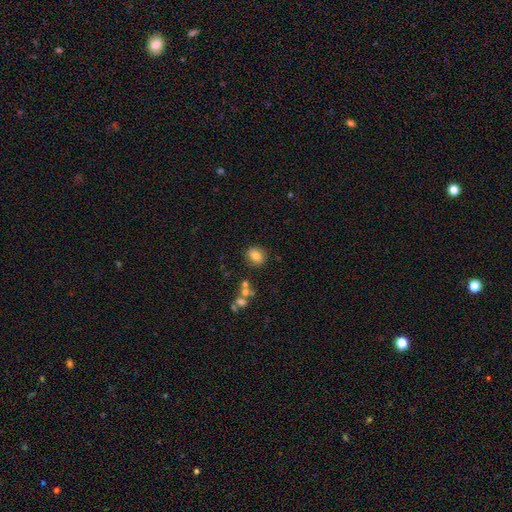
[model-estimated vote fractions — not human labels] smooth 79%, featured or disk 11%, star or artifact 10%. Down the decision tree: how rounded — round (63%); merging — none (84%).